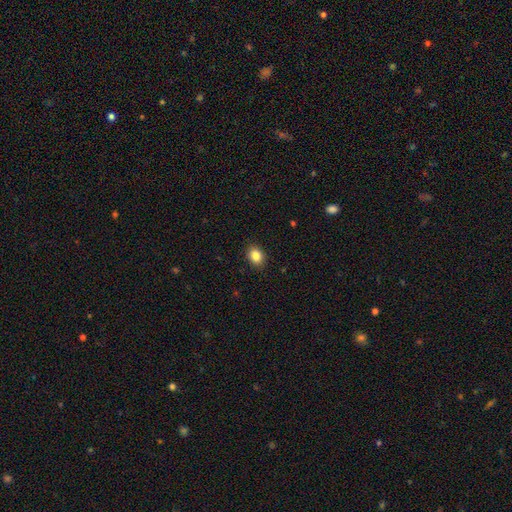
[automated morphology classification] A smooth galaxy with no disk features (85%) that is in between round and cigar-shaped (60%). Merging: none (90%).